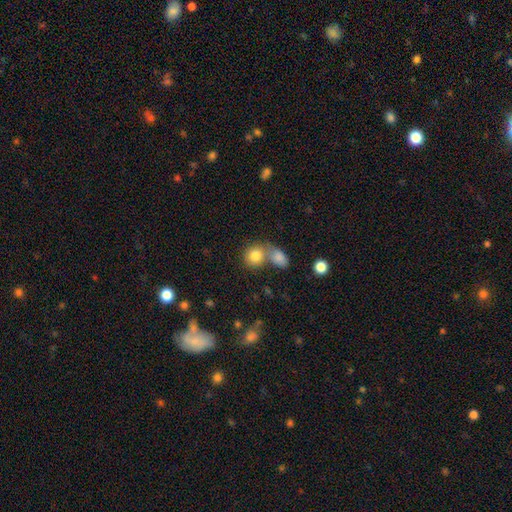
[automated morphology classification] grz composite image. It shows a smooth galaxy with no disk features (83%) that is round (75%). Merging: merger (44%).